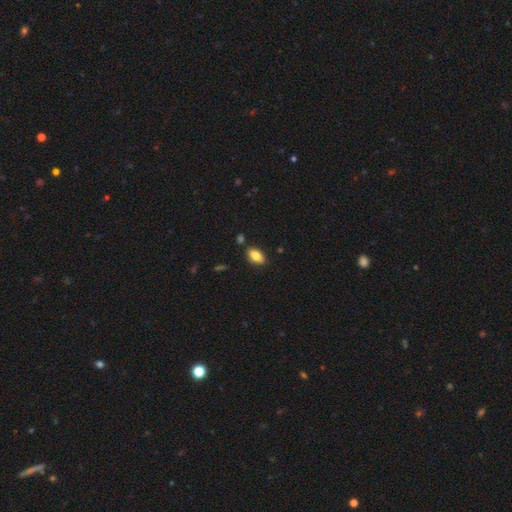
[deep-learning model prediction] Overall: smooth (83%). How rounded: in between (91%). Merging: none (84%).